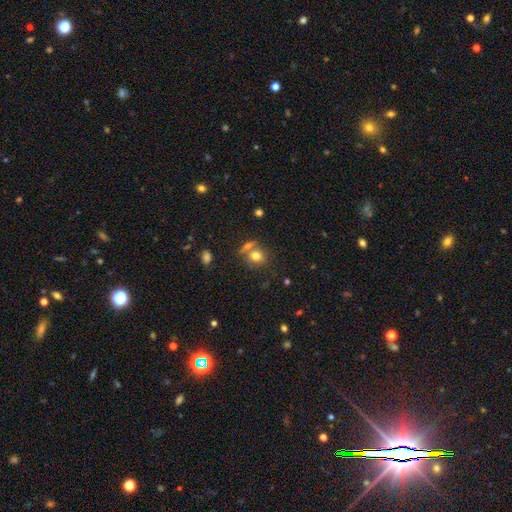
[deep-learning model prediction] smooth_or_featured: smooth (p=0.75) [alt: featured or disk p=0.13]
how_rounded: round (p=0.69) [alt: in between p=0.29]
merging: none (p=0.53) [alt: merger p=0.30]